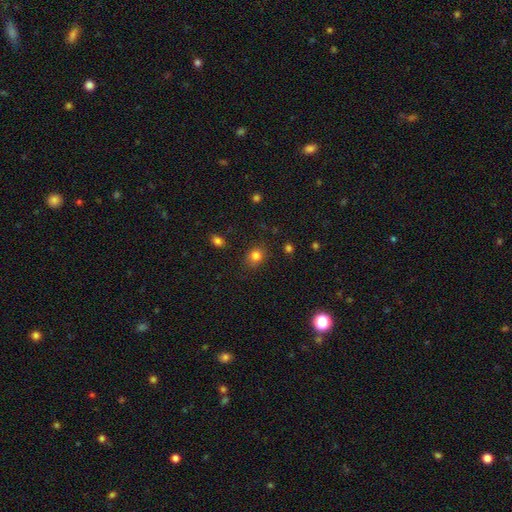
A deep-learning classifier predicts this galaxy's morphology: Q: Smooth or featured?
A: smooth (82%); runner-up: star or artifact (12%)
Q: How rounded?
A: round (66%); runner-up: in between (33%)
Q: Merging?
A: none (82%); runner-up: minor disturbance (13%)